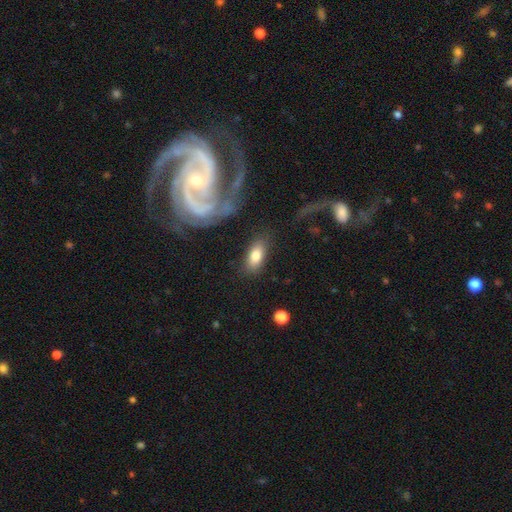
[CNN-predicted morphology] Overall: smooth (80%). How rounded: in between (88%). Merging: none (78%).